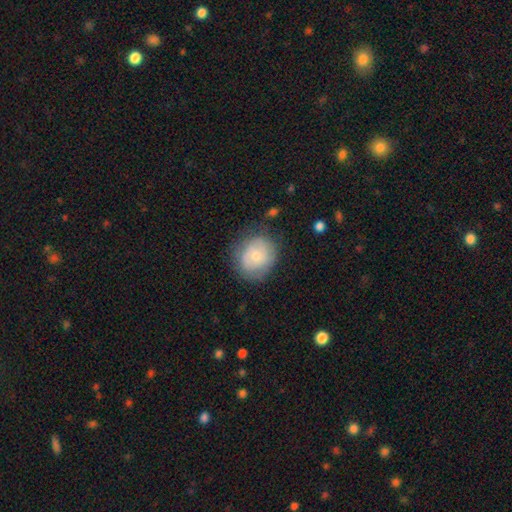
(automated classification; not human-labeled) This appears to be a smooth galaxy with no disk features (57%) that is round (75%). Merging: none (70%).